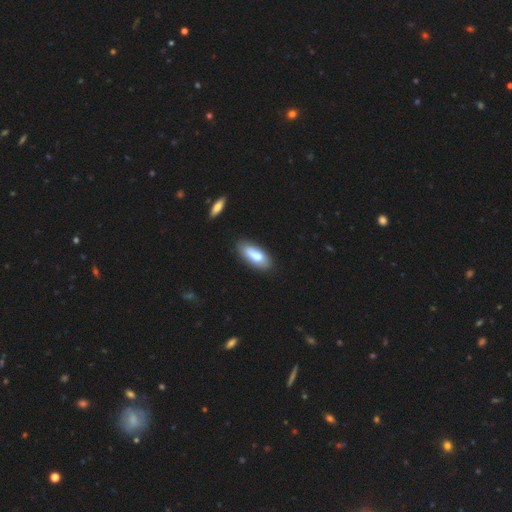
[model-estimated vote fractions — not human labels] A smooth galaxy with no disk features (75%) that is in between round and cigar-shaped (81%).

Vote fractions:
- Smooth or featured? smooth: 75% / featured or disk: 18% / star or artifact: 6%
- How rounded? in between: 81% / cigar-shaped: 17% / round: 2%
- Merging? none: 74% / minor disturbance: 18% / major disturbance: 4% / merger: 4%